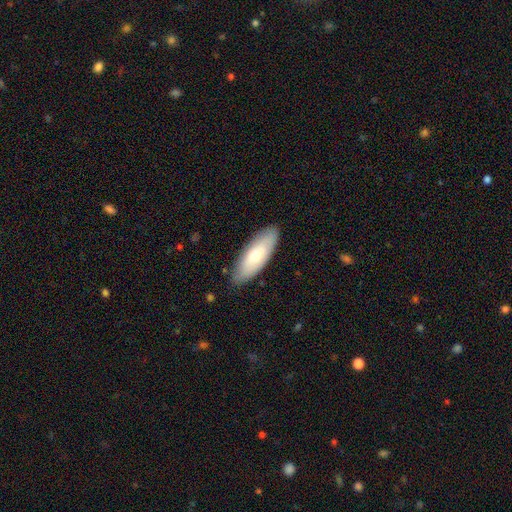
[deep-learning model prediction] Morphology: type=smooth (67%); roundness=in between (67%); merging=none (84%).